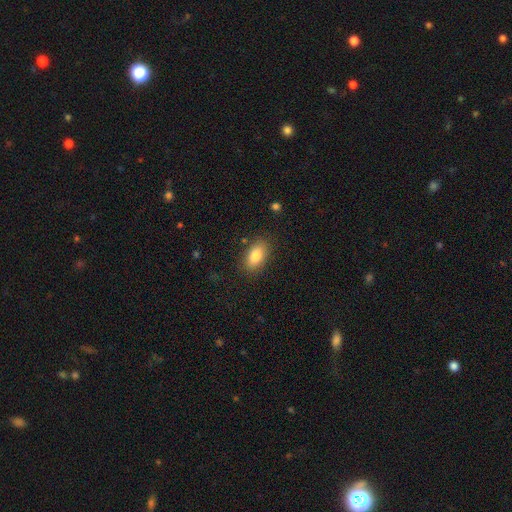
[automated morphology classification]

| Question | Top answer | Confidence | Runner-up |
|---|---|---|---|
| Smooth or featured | smooth | 83% | featured or disk (10%) |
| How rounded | in between | 90% | round (6%) |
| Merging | none | 85% | minor disturbance (11%) |